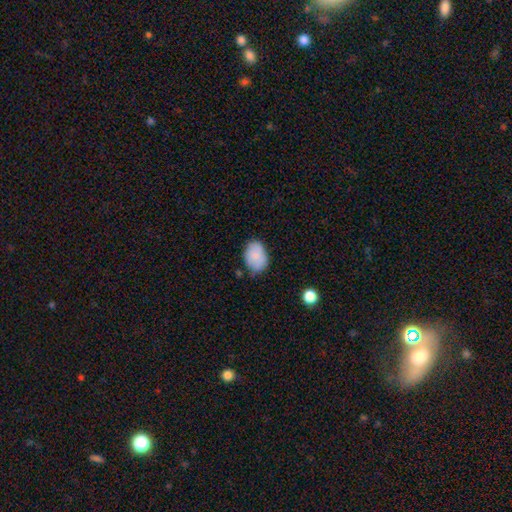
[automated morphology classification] Q: Smooth or featured?
A: smooth (84%); runner-up: featured or disk (8%)
Q: How rounded?
A: in between (80%); runner-up: round (19%)
Q: Merging?
A: none (65%); runner-up: minor disturbance (27%)